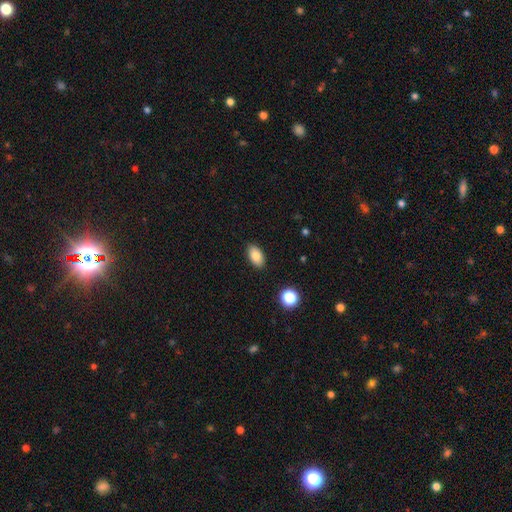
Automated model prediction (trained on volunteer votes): Smooth or featured? smooth (83%)
How rounded? in between (92%)
Merging? none (89%)